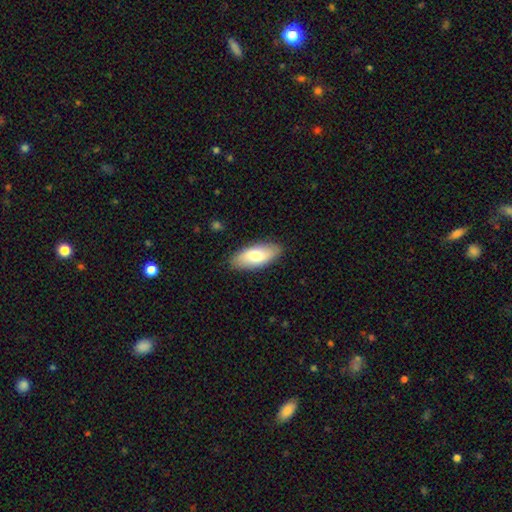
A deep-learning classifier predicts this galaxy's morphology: Q: Smooth or featured?
A: smooth (72%); runner-up: featured or disk (23%)
Q: How rounded?
A: in between (86%); runner-up: cigar-shaped (12%)
Q: Merging?
A: none (88%); runner-up: minor disturbance (9%)